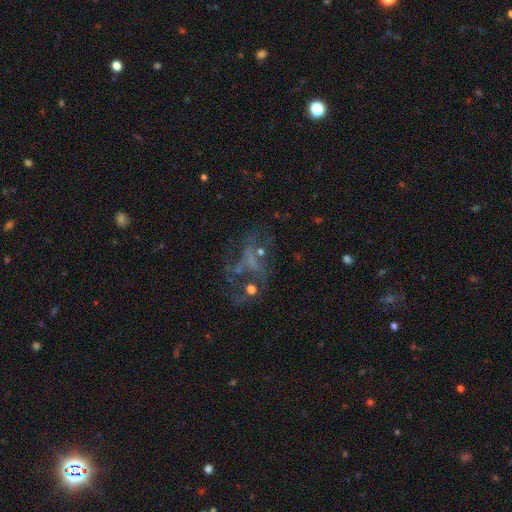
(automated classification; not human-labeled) smooth_or_featured: featured or disk (p=0.54) [alt: star or artifact p=0.29]
disk_edge_on: no (p=0.96) [alt: yes p=0.04]
bar: no (p=0.70) [alt: weak p=0.22]
has_spiral_arms: no (p=0.67) [alt: yes p=0.33]
bulge_size: none (p=0.61) [alt: small p=0.25]
merging: none (p=0.39) [alt: major disturbance p=0.37]